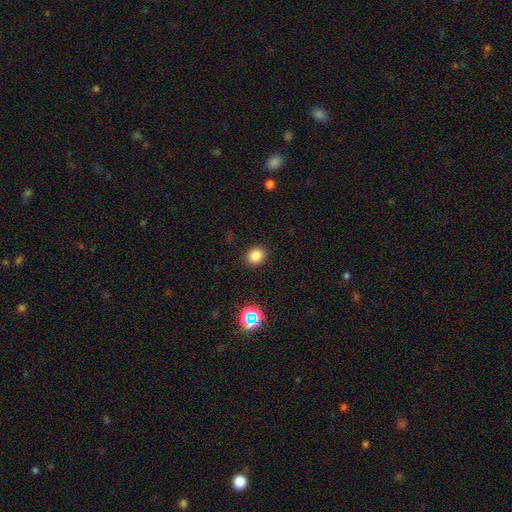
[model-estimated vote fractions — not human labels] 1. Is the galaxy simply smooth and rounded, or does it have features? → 81% smooth, 14% star or artifact, 5% featured or disk.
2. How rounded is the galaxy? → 65% round, 34% in between, 1% cigar-shaped.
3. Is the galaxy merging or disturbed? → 89% none, 7% minor disturbance, 2% major disturbance, 1% merger.